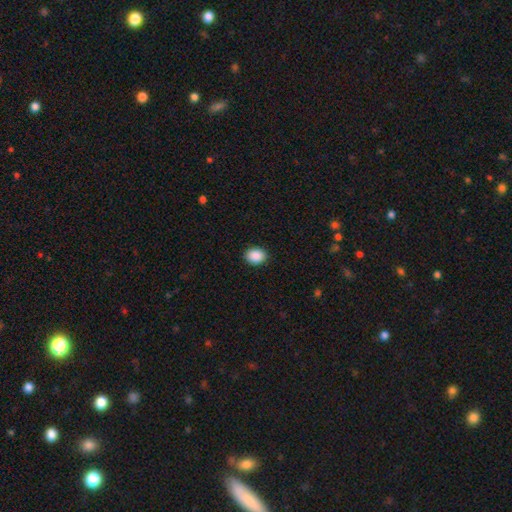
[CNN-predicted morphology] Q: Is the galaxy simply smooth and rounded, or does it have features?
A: smooth — 90%.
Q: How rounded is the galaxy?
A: in between — 51%.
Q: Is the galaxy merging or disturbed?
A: none — 90%.